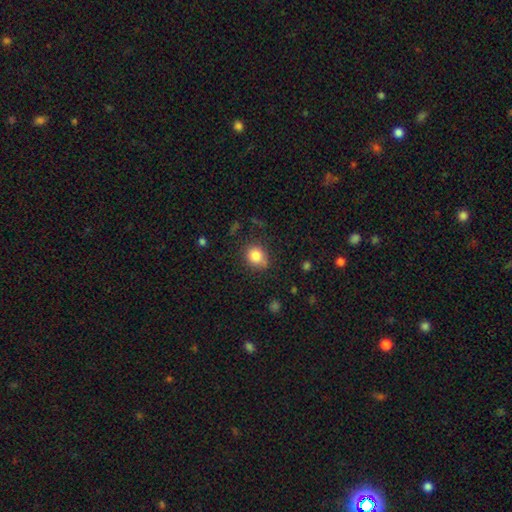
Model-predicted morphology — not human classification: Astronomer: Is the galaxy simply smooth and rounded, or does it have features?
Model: smooth — 83%.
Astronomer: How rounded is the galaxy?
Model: round — 70%.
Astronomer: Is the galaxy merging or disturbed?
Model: none — 76%.